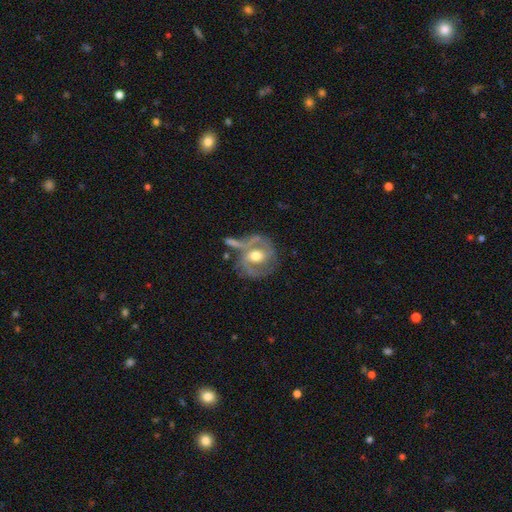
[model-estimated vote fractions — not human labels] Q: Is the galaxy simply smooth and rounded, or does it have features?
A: featured or disk — 72%.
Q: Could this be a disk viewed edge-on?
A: no — 96%.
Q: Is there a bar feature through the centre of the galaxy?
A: no — 53%.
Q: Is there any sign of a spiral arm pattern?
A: yes — 75%.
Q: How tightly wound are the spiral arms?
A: medium — 43%.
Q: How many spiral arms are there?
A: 2 — 59%.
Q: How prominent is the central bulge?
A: moderate — 75%.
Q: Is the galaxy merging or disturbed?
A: none — 47%.